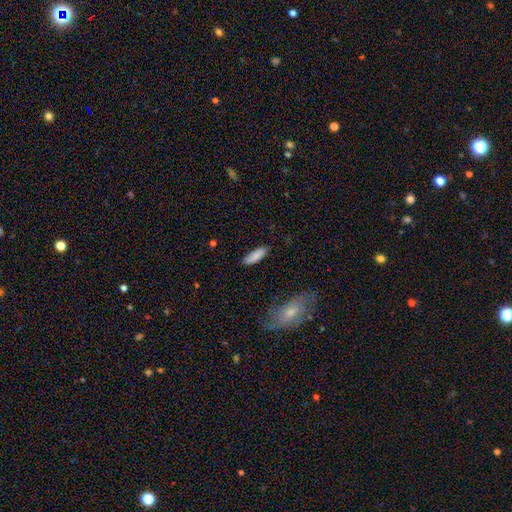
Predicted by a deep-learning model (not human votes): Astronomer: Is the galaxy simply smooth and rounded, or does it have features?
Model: smooth — 87%.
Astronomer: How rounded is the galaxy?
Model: in between — 57% (runner-up: cigar-shaped, 41%).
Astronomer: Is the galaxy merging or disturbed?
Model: none — 83%.